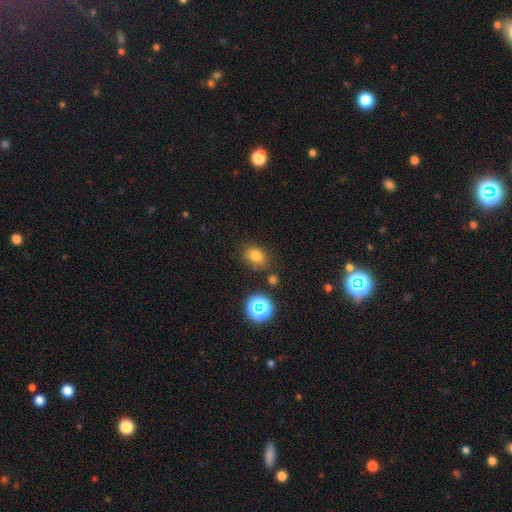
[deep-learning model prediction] Q: Smooth or featured?
A: smooth (75%); runner-up: star or artifact (18%)
Q: How rounded?
A: in between (54%); runner-up: round (45%)
Q: Merging?
A: none (75%); runner-up: minor disturbance (15%)